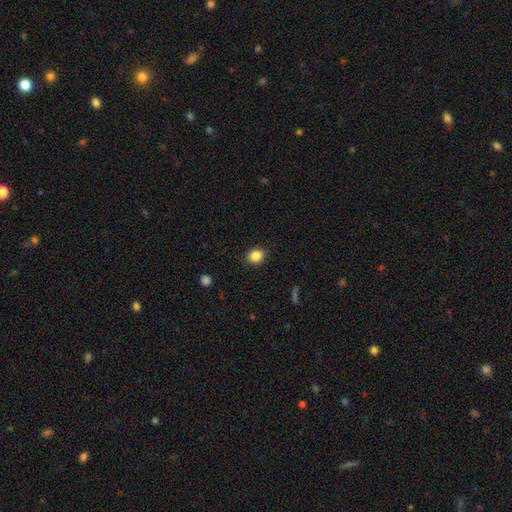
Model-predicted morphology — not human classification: smooth-or-featured: smooth: 86% | star or artifact: 10% | featured or disk: 4%
  how-rounded: round: 68% | in between: 31% | cigar-shaped: 1%
  merging: none: 88% | minor disturbance: 9% | major disturbance: 2% | merger: 1%